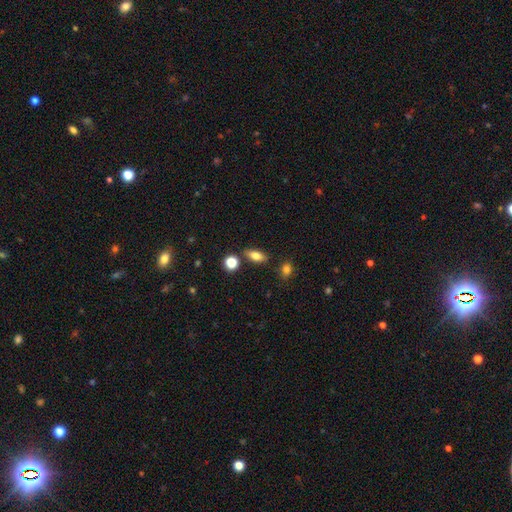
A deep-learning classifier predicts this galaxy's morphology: A smooth galaxy with no disk features (74%) that is in between round and cigar-shaped (77%).

Vote fractions:
- Smooth or featured? smooth: 74% / featured or disk: 16% / star or artifact: 10%
- How rounded? in between: 77% / cigar-shaped: 13% / round: 10%
- Merging? none: 80% / minor disturbance: 11% / merger: 6% / major disturbance: 3%